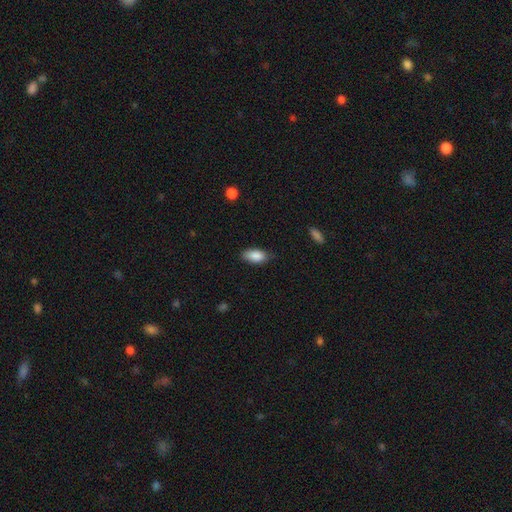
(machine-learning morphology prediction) A smooth galaxy with no disk features (88%) that is in between round and cigar-shaped (91%). Merging: none (79%).